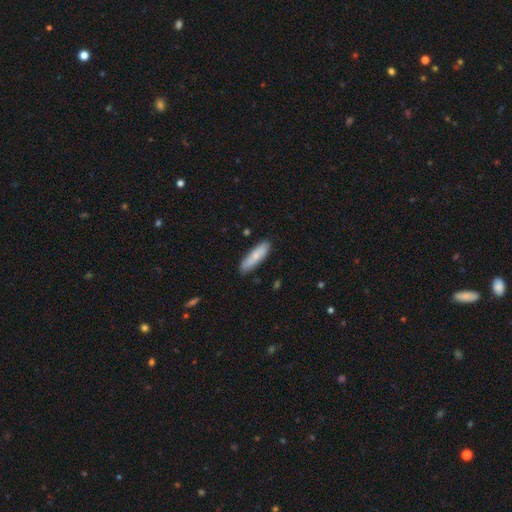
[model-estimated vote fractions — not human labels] Q: Smooth or featured?
A: smooth (74%); runner-up: featured or disk (20%)
Q: How rounded?
A: cigar-shaped (63%); runner-up: in between (35%)
Q: Merging?
A: none (84%); runner-up: minor disturbance (12%)